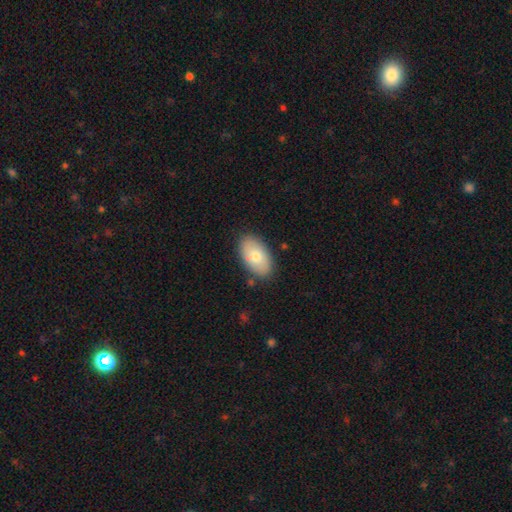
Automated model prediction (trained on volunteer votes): Q: Smooth or featured?
A: smooth (74%); runner-up: featured or disk (20%)
Q: How rounded?
A: in between (94%); runner-up: round (5%)
Q: Merging?
A: none (84%); runner-up: minor disturbance (12%)